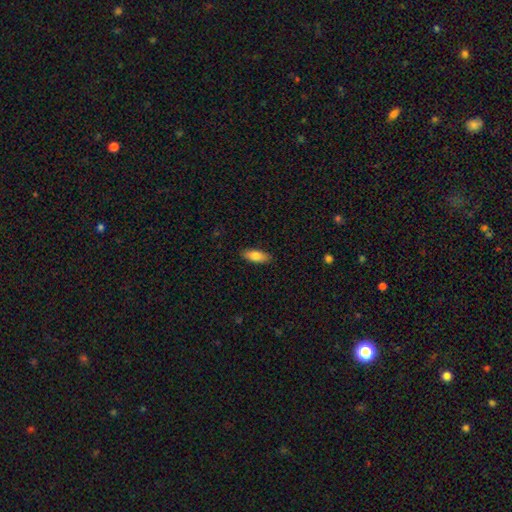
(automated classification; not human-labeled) Morphology: type=smooth (79%); roundness=in between (82%); merging=none (89%).